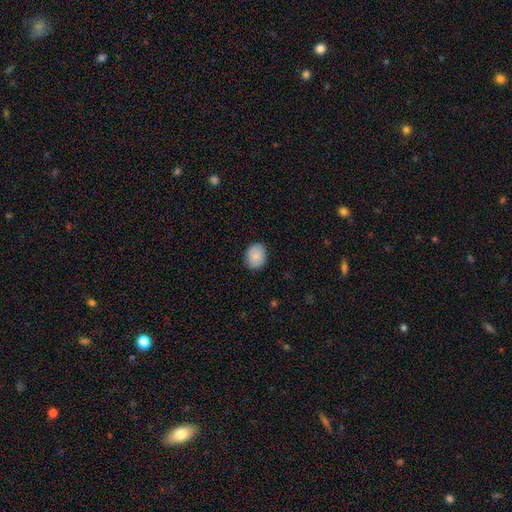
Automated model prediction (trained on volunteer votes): This is clearly a smooth galaxy (83%). How rounded: possibly in between (52%). Merging: clearly none (84%).